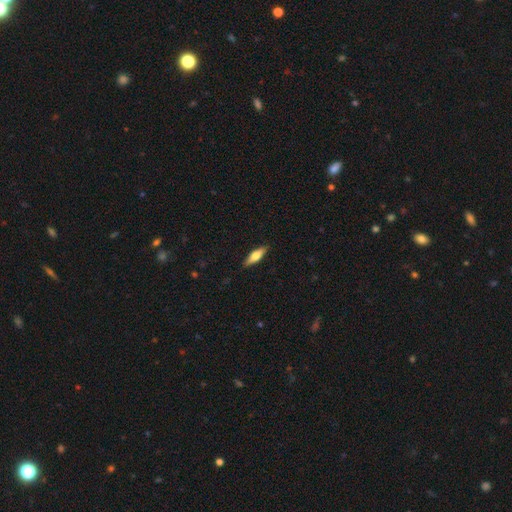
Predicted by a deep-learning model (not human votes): Smooth or featured? Predicted: smooth (p=0.57). How rounded? Predicted: cigar-shaped (p=0.55). Merging? Predicted: none (p=0.89).